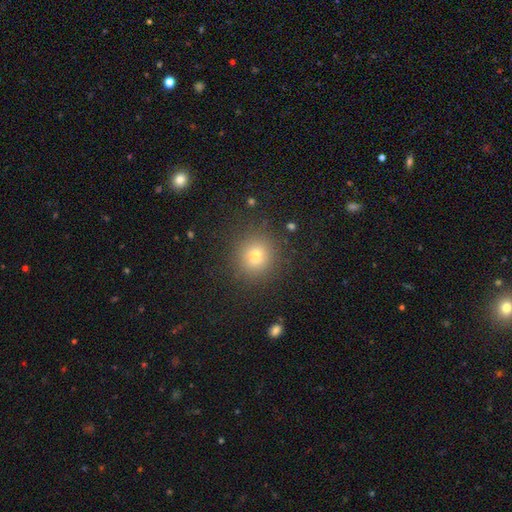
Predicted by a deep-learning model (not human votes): The model was most divided on "smooth or featured": smooth: 74%, star or artifact: 17%, featured or disk: 10%. More confident: how rounded — round (88%); merging — none (88%).